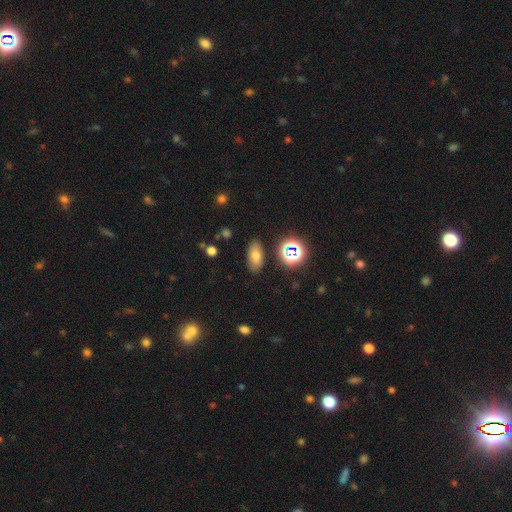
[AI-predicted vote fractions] smooth-or-featured: smooth: 69% | star or artifact: 17% | featured or disk: 14%
  how-rounded: in between: 86% | round: 7% | cigar-shaped: 7%
  merging: none: 85% | minor disturbance: 10% | merger: 3% | major disturbance: 3%